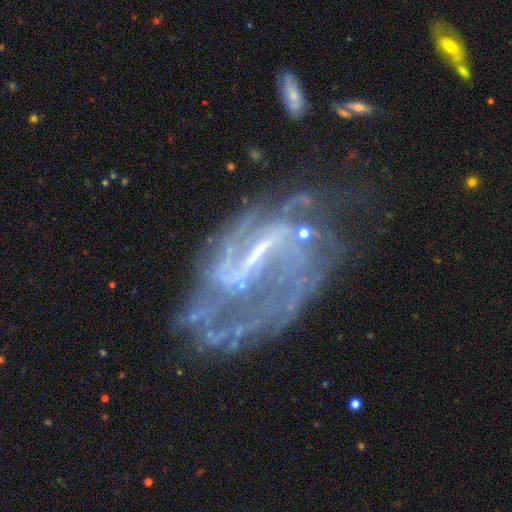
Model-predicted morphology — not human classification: Smooth or featured? Predicted: featured or disk (p=0.87). Edge-on disk? Predicted: no (p=0.96). Bar? Predicted: strong (p=0.48). Spiral arms? Predicted: yes (p=0.88). Spiral winding? Predicted: medium (p=0.43). Spiral arm count? Predicted: 2 (p=0.40). Bulge size? Predicted: small (p=0.54). Merging? Predicted: none (p=0.46).